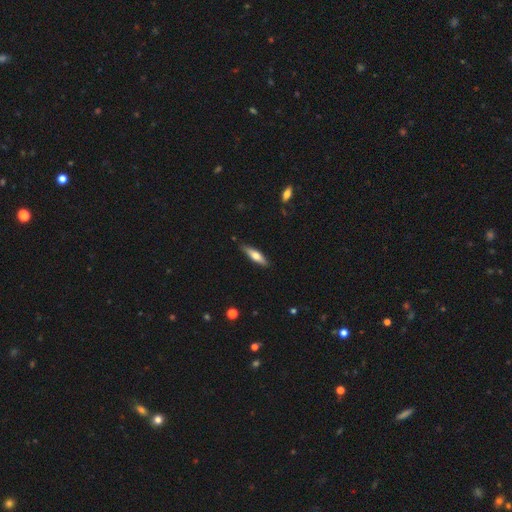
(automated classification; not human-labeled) smooth-or-featured: smooth: 55% | featured or disk: 40% | star or artifact: 6%
  how-rounded: cigar-shaped: 69% | in between: 29% | round: 2%
  merging: none: 84% | minor disturbance: 12% | major disturbance: 2% | merger: 1%